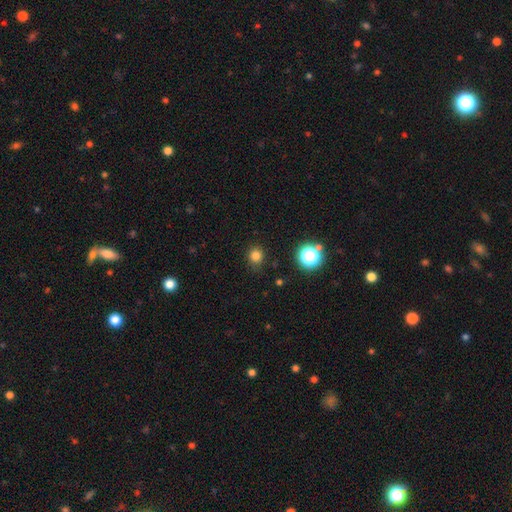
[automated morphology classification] Smooth or featured? Predicted: smooth (p=0.79). How rounded? Predicted: round (p=0.87). Merging? Predicted: none (p=0.84).